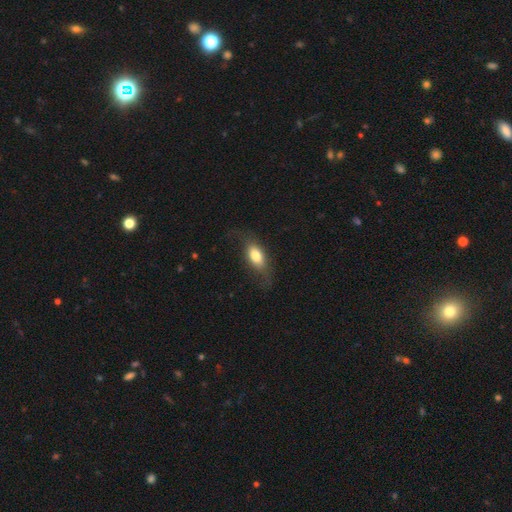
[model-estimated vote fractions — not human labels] Smooth or featured?
  - smooth: 68% *
  - featured or disk: 25%
  - star or artifact: 7%
How rounded?
  - in between: 81% *
  - cigar-shaped: 11%
  - round: 8%
Merging?
  - none: 58% *
  - minor disturbance: 23%
  - major disturbance: 17%
  - merger: 2%